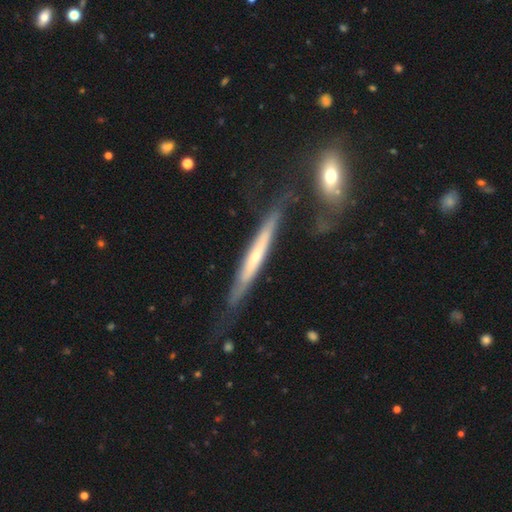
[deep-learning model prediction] smooth_or_featured: featured or disk (p=0.63) [alt: smooth p=0.31]
disk_edge_on: yes (p=0.86) [alt: no p=0.14]
edge_on_bulge: none (p=0.61) [alt: rounded p=0.31]
merging: none (p=0.70) [alt: minor disturbance p=0.19]